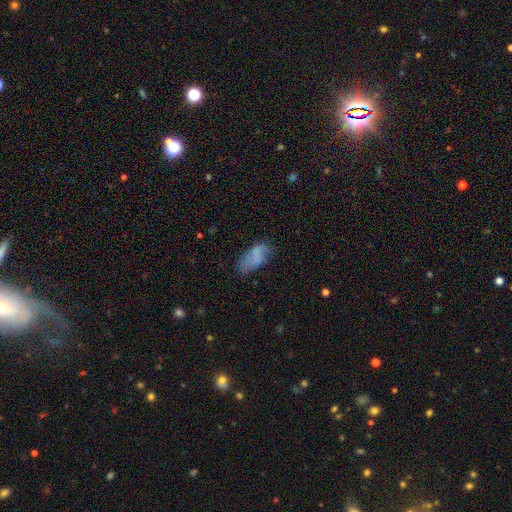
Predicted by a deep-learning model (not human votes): This is likely a smooth galaxy (68%). How rounded: clearly in between (90%). Merging: possibly none (51%).